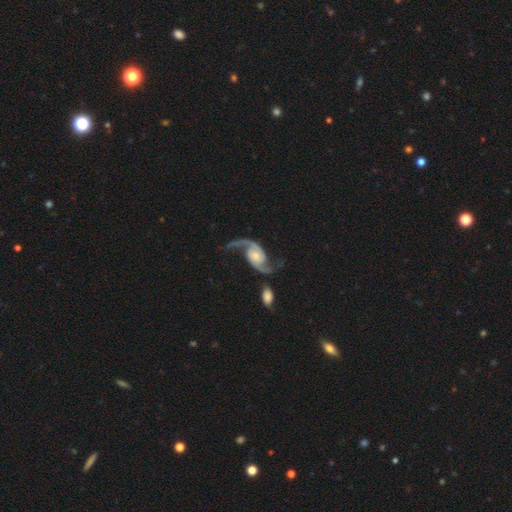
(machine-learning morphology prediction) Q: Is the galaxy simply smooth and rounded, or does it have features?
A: featured or disk — 92%.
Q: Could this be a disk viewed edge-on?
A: no — 97%.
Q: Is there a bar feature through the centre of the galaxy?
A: no — 62%.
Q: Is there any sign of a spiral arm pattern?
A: yes — 98%.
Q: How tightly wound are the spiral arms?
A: loose — 69%.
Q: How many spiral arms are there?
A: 2 — 93%.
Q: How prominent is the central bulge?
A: small — 48%.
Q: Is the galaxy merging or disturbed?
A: none — 60%.